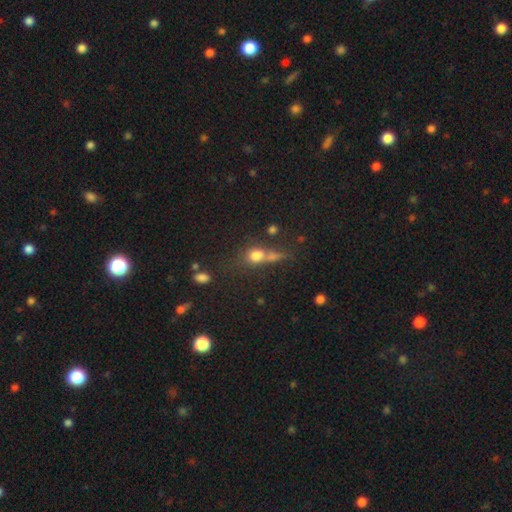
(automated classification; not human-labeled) The model was most divided on "merging": merger: 38%, none: 35%, minor disturbance: 14%, major disturbance: 13%. More confident: smooth or featured — smooth (71%); how rounded — round (52%).